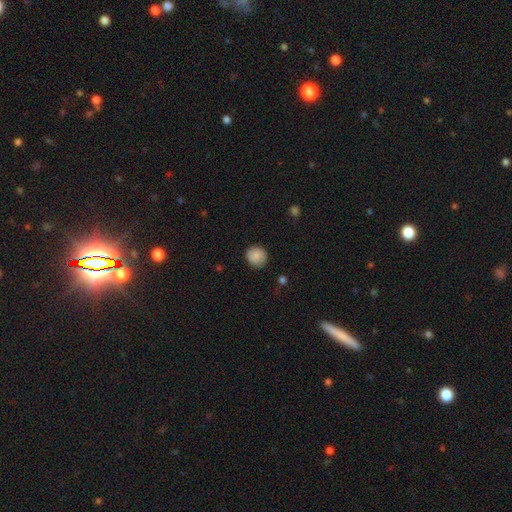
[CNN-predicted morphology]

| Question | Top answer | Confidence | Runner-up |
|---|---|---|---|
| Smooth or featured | smooth | 87% | star or artifact (8%) |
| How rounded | round | 89% | in between (10%) |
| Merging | none | 86% | minor disturbance (11%) |